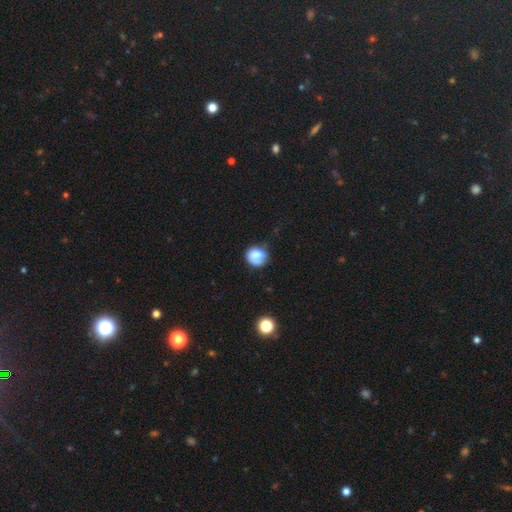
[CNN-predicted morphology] Q: Smooth or featured?
A: smooth (76%); runner-up: featured or disk (15%)
Q: How rounded?
A: round (77%); runner-up: in between (22%)
Q: Merging?
A: none (58%); runner-up: minor disturbance (28%)